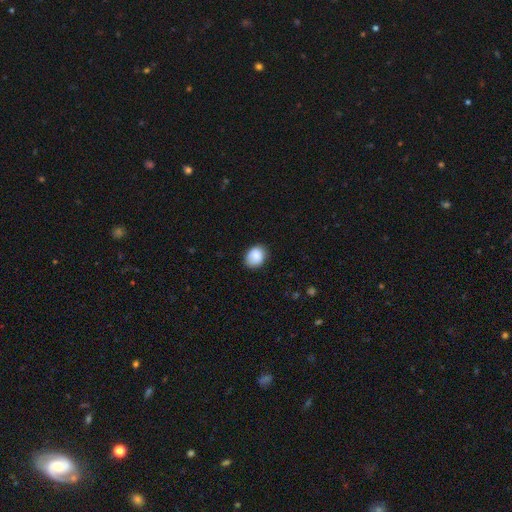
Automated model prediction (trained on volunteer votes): This is clearly a smooth galaxy (88%). How rounded: possibly round (52%). Merging: likely none (80%).